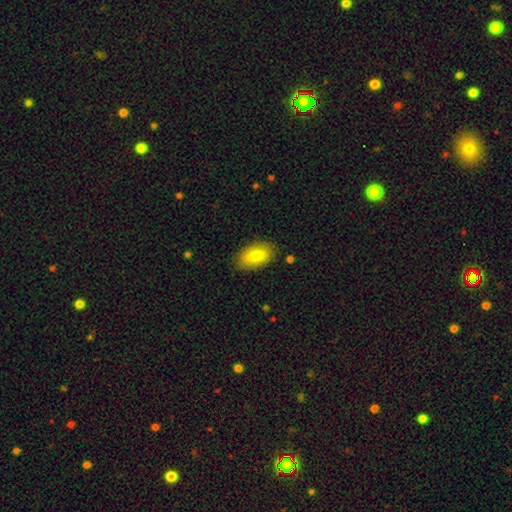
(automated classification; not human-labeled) A smooth galaxy with no disk features (76%) that is in between round and cigar-shaped (92%). Merging: none (84%).